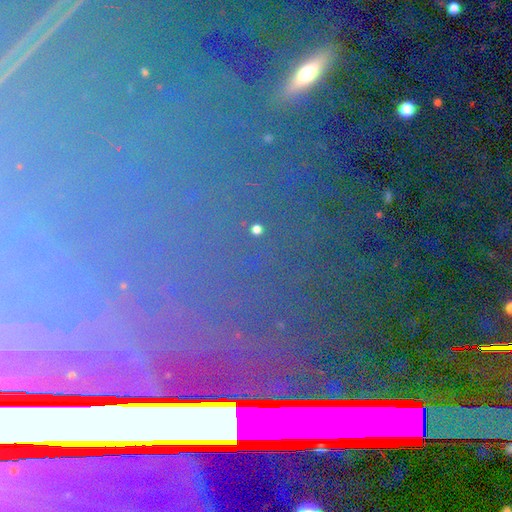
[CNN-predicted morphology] The model was most divided on "smooth or featured": star or artifact: 71%, smooth: 17%, featured or disk: 12%.